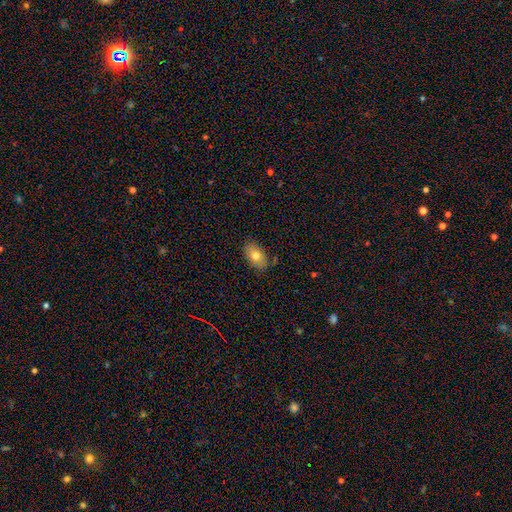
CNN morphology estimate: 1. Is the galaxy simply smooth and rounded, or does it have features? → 75% smooth, 17% featured or disk, 8% star or artifact.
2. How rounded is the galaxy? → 89% in between, 9% round, 2% cigar-shaped.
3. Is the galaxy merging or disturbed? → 82% none, 13% minor disturbance, 3% major disturbance, 2% merger.